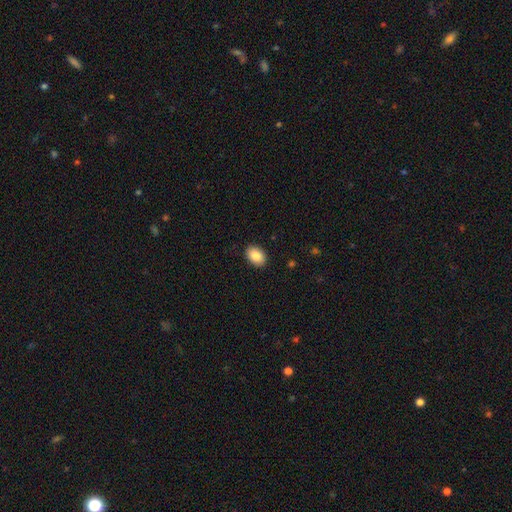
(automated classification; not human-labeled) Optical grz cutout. It shows a smooth galaxy with no disk features (86%) that is in between round and cigar-shaped (82%). Merging: none (90%).